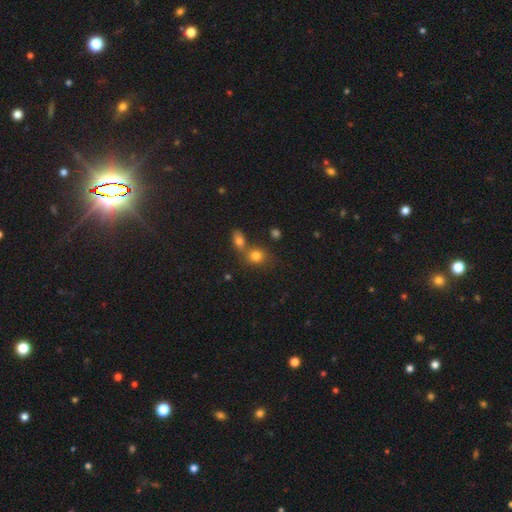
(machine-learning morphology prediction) The model was most divided on "merging": none: 49%, merger: 37%, minor disturbance: 10%, major disturbance: 4%. More confident: smooth or featured — smooth (78%); how rounded — round (59%).